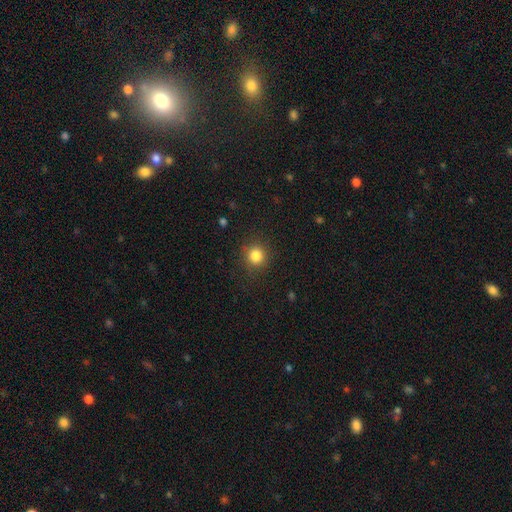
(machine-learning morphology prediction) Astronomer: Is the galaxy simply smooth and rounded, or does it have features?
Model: smooth — 84%.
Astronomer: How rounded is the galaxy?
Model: round — 91%.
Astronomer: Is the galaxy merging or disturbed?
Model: none — 88%.